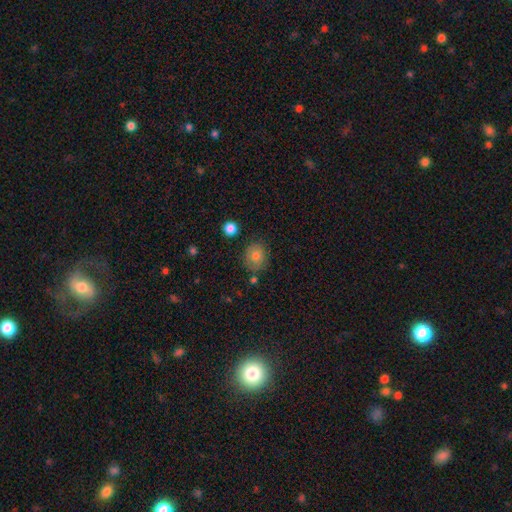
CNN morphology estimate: type=smooth (79%); roundness=round (76%); merging=none (80%).